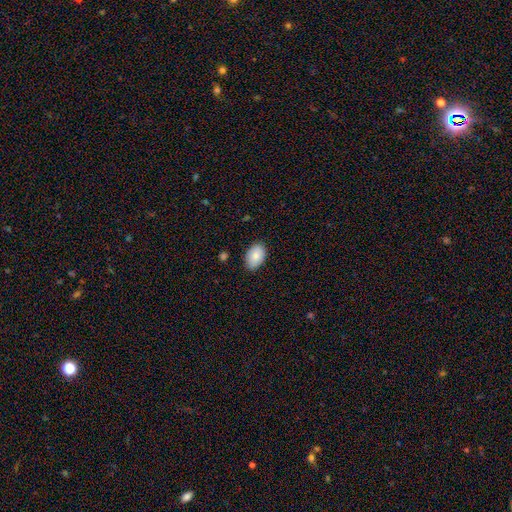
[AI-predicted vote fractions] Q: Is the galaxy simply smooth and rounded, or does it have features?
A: smooth — 86%.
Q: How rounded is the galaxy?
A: in between — 90%.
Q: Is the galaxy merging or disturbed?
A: none — 85%.